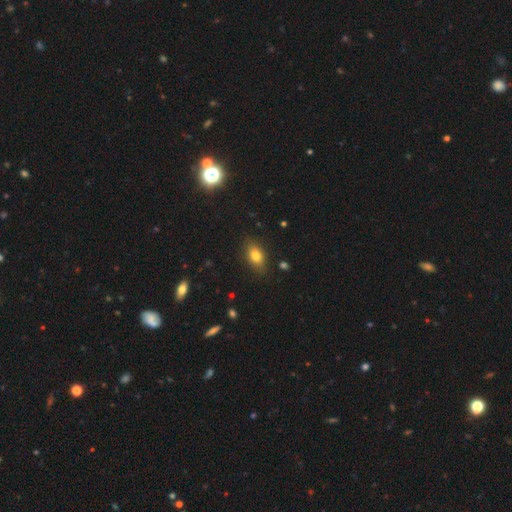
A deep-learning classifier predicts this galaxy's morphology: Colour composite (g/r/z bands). It shows a smooth galaxy with no disk features (79%) that is in between round and cigar-shaped (84%). Merging: none (83%).